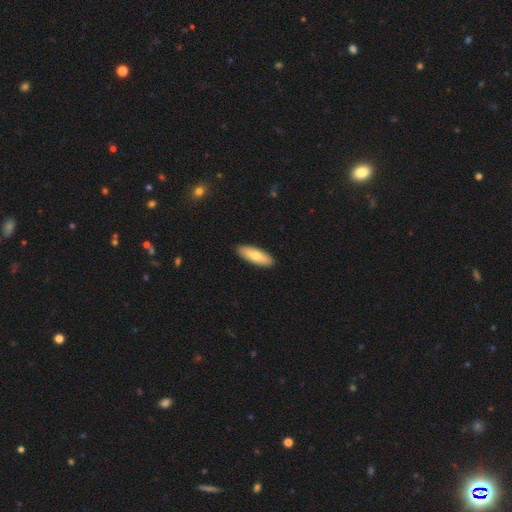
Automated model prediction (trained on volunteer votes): Overall: smooth (74%). How rounded: in between (62%; cigar-shaped 36%). Merging: none (90%).